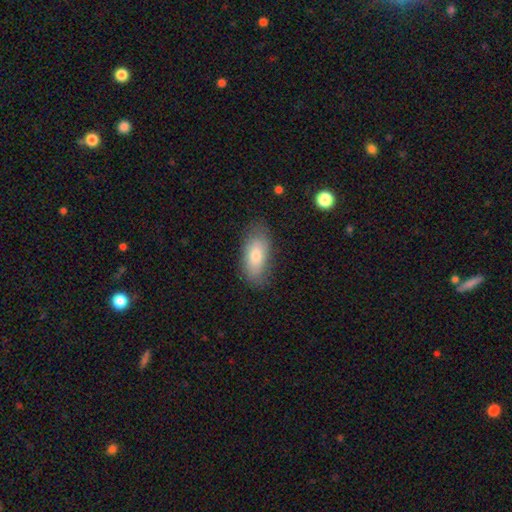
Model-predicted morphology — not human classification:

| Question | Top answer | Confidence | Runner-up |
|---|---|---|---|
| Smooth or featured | smooth | 75% | featured or disk (18%) |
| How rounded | in between | 86% | cigar-shaped (10%) |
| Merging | none | 76% | minor disturbance (18%) |